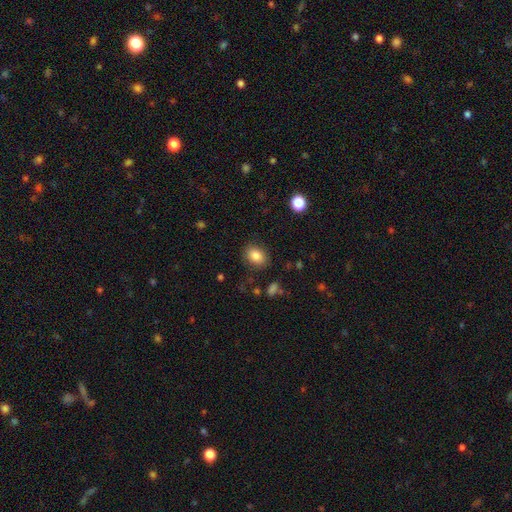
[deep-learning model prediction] Overall: smooth (85%). How rounded: in between (66%; round 33%). Merging: none (85%).